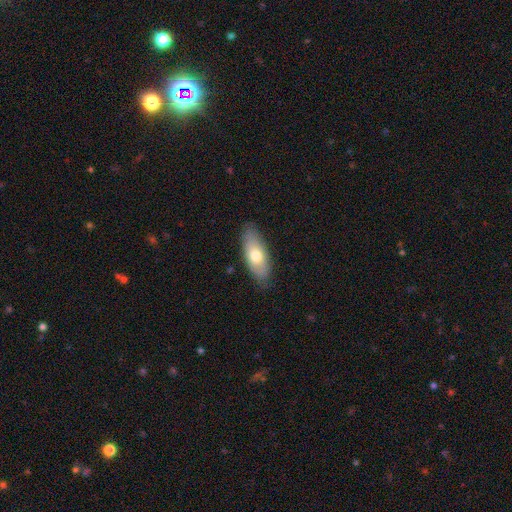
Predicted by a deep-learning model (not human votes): This is likely a smooth galaxy (68%). How rounded: likely in between (79%). Merging: clearly none (82%).